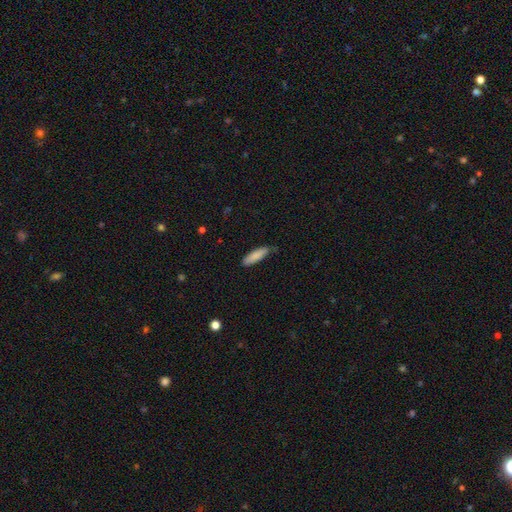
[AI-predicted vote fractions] smooth_or_featured: smooth (p=0.86) [alt: featured or disk p=0.08]
how_rounded: cigar-shaped (p=0.58) [alt: in between p=0.40]
merging: none (p=0.77) [alt: minor disturbance p=0.18]